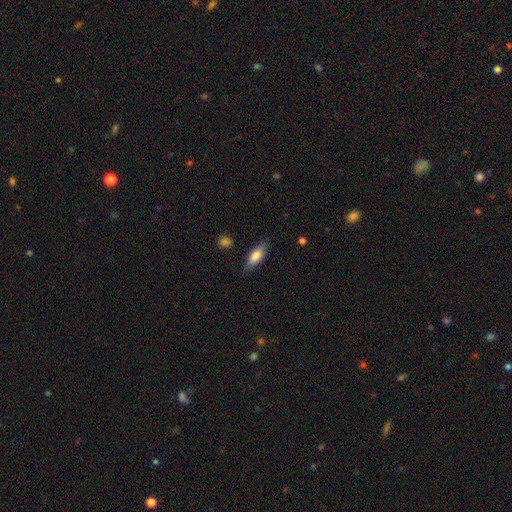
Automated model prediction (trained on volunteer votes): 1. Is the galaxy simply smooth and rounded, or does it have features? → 75% smooth, 19% featured or disk, 7% star or artifact.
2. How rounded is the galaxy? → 63% in between, 34% cigar-shaped, 3% round.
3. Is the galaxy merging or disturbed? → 78% none, 16% minor disturbance, 4% major disturbance, 2% merger.